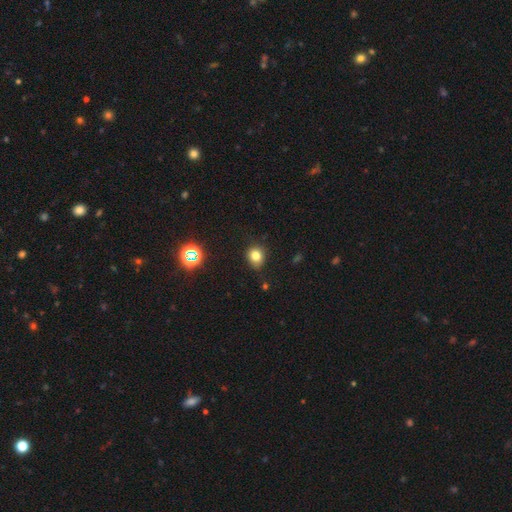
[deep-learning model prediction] A smooth galaxy with no disk features (78%) that is round (68%).

Vote fractions:
- Smooth or featured? smooth: 78% / star or artifact: 15% / featured or disk: 7%
- How rounded? round: 68% / in between: 31% / cigar-shaped: 1%
- Merging? none: 77% / minor disturbance: 17% / major disturbance: 3% / merger: 2%